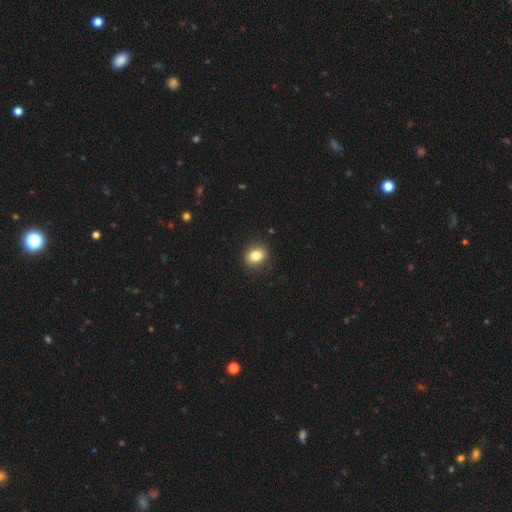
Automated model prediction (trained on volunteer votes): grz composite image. It shows a smooth galaxy with no disk features (83%) that is in between round and cigar-shaped (55%). Merging: none (89%).